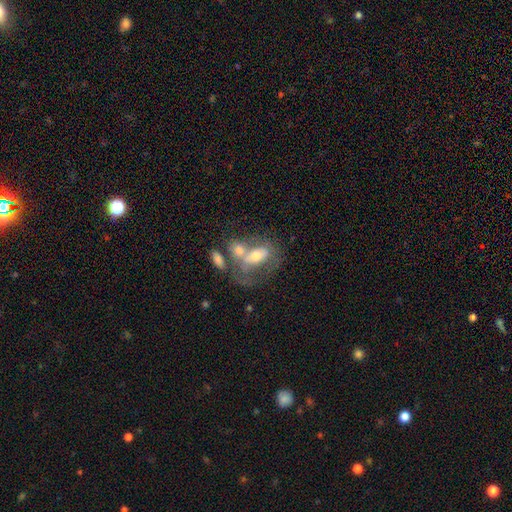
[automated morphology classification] This appears to be a featured or disk galaxy (47%). Merging: merger (53%).